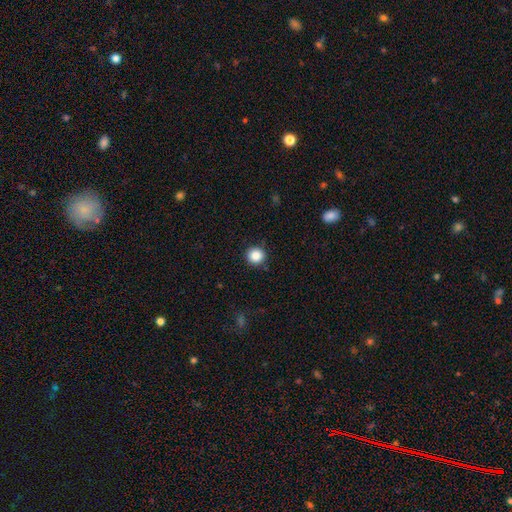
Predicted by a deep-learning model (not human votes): smooth-or-featured: smooth: 87% | star or artifact: 10% | featured or disk: 3%
  how-rounded: round: 94% | in between: 5% | cigar-shaped: 1%
  merging: none: 91% | minor disturbance: 6% | major disturbance: 2% | merger: 1%